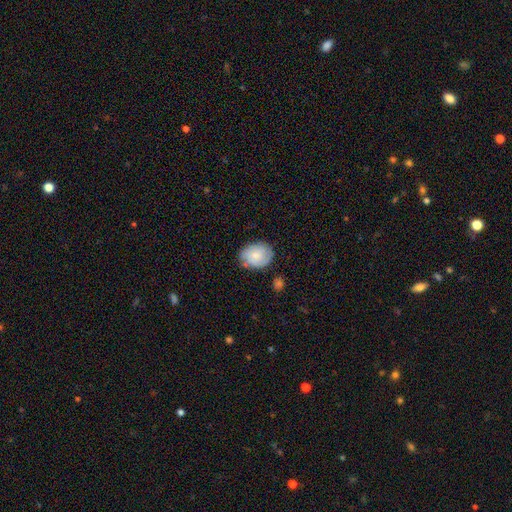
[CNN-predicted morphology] Smooth or featured? Predicted: smooth (p=0.63). How rounded? Predicted: in between (p=0.55). Merging? Predicted: none (p=0.71).